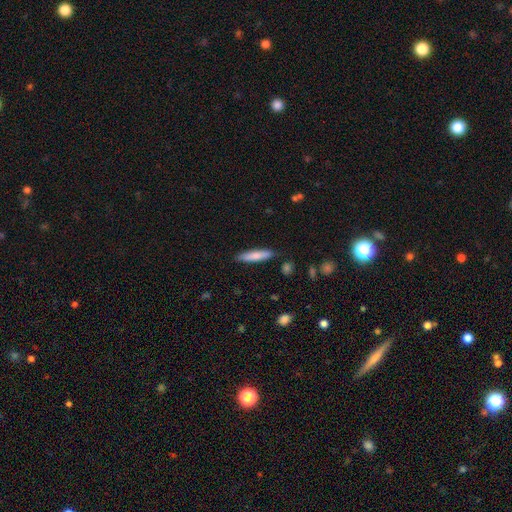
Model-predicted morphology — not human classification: A smooth galaxy with no disk features (78%) that is cigar-shaped (84%). Merging: none (87%).